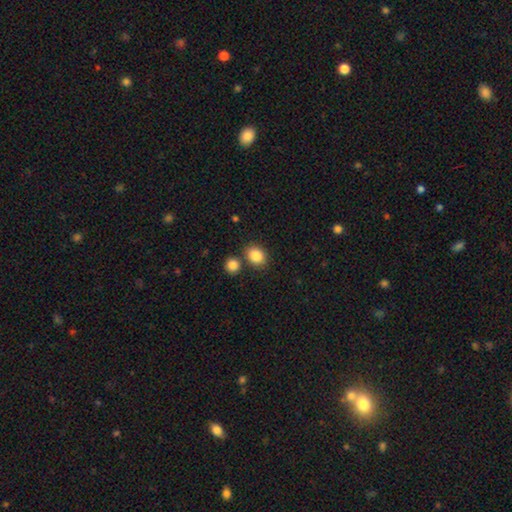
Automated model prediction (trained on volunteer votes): A smooth galaxy with no disk features (86%) that is round (52%). Merging: none (75%).